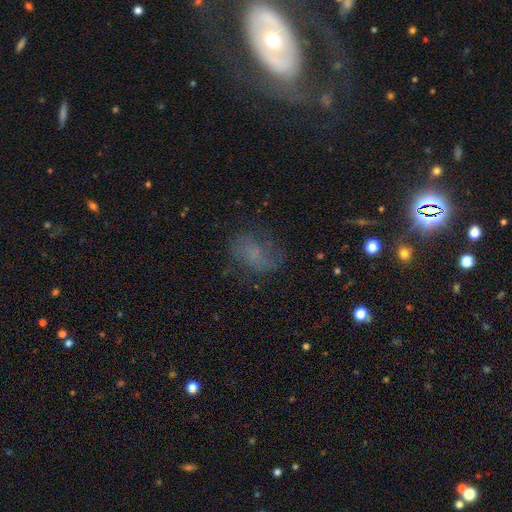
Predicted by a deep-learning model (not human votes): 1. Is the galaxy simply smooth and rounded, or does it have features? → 43% smooth, 32% featured or disk, 25% star or artifact.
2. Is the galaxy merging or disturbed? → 60% none, 22% minor disturbance, 17% major disturbance, 2% merger.